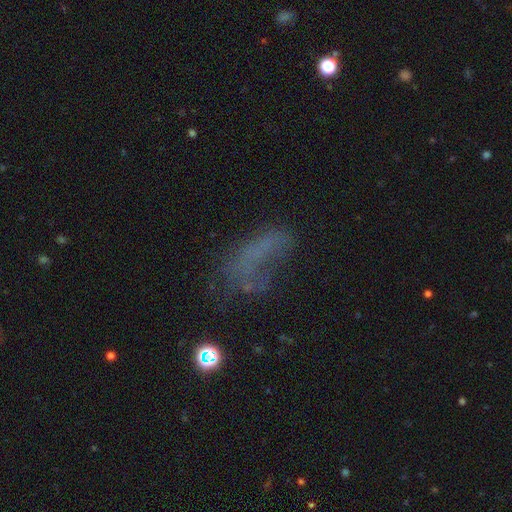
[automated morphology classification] This is marginally a smooth galaxy (42%). Merging: marginally major disturbance (41%).